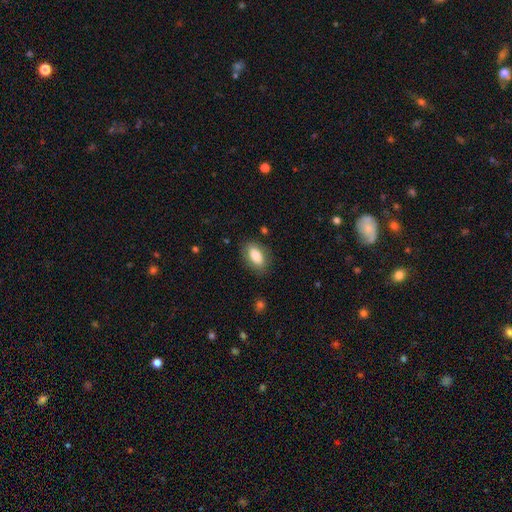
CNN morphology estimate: The model was most divided on "smooth or featured": smooth: 80%, featured or disk: 13%, star or artifact: 7%. More confident: how rounded — in between (90%); merging — none (83%).